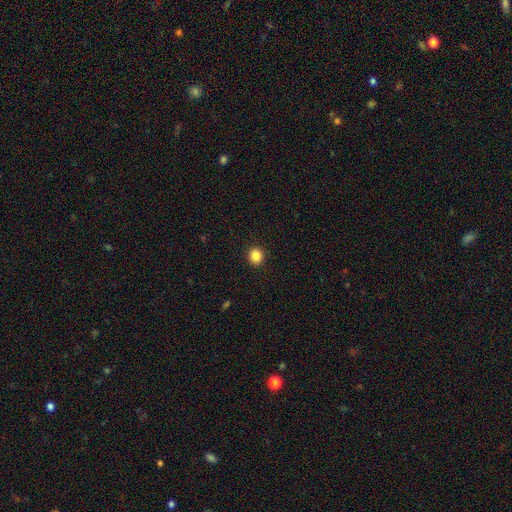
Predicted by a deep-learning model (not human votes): Smooth or featured?
  - smooth: 86% *
  - star or artifact: 10%
  - featured or disk: 3%
How rounded?
  - round: 83% *
  - in between: 16%
  - cigar-shaped: 1%
Merging?
  - none: 92% *
  - minor disturbance: 5%
  - major disturbance: 2%
  - merger: 1%